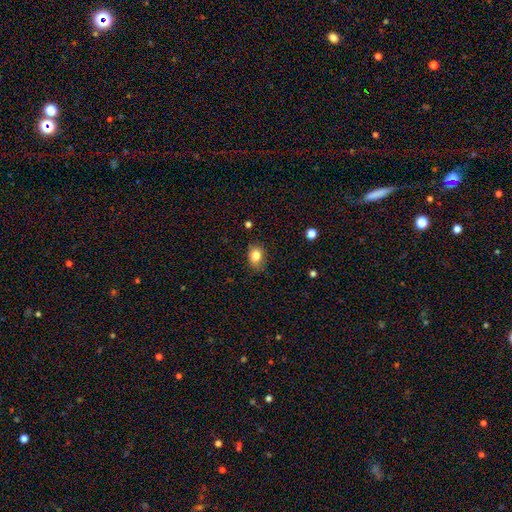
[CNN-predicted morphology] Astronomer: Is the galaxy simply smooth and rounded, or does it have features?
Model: smooth — 82%.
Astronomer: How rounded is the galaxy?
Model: in between — 56% (runner-up: round, 43%).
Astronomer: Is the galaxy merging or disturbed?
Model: none — 80%.